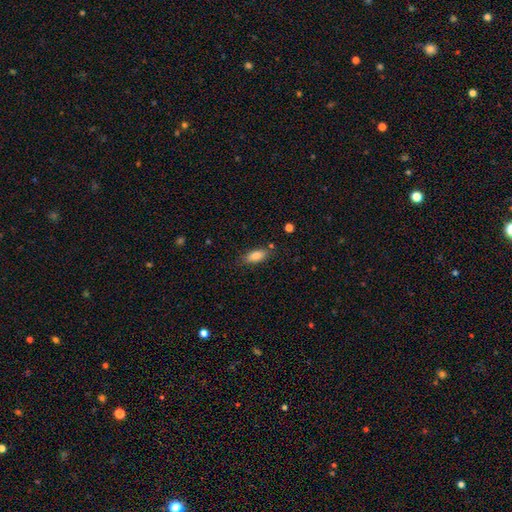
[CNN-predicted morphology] This is clearly a smooth galaxy (83%). How rounded: clearly in between (82%). Merging: likely none (79%).